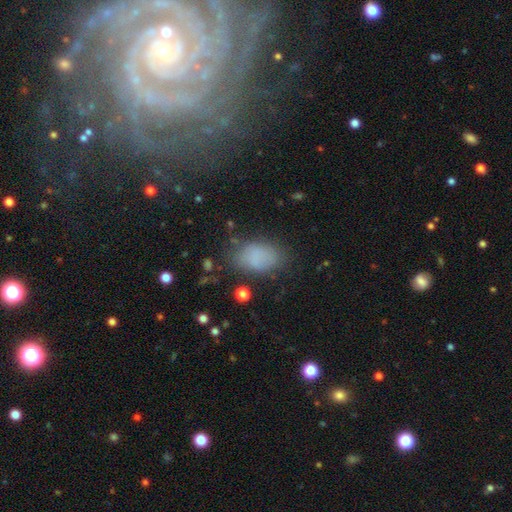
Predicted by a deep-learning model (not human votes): smooth 81%, star or artifact 11%, featured or disk 8%. Down the decision tree: how rounded — in between (89%); merging — none (71%).